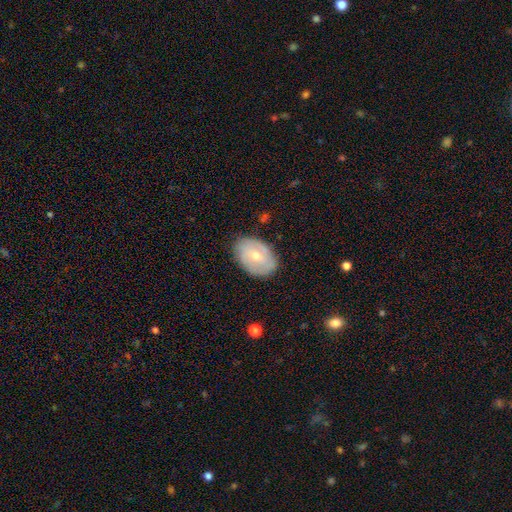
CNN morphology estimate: Smooth or featured? featured or disk (51%)
Edge-on disk? no (94%)
Merging? none (81%)